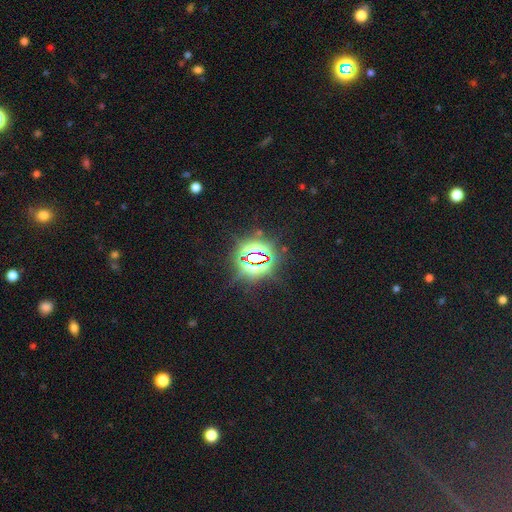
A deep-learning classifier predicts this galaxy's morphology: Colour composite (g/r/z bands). It shows a star or artifact, not a galaxy (84%).